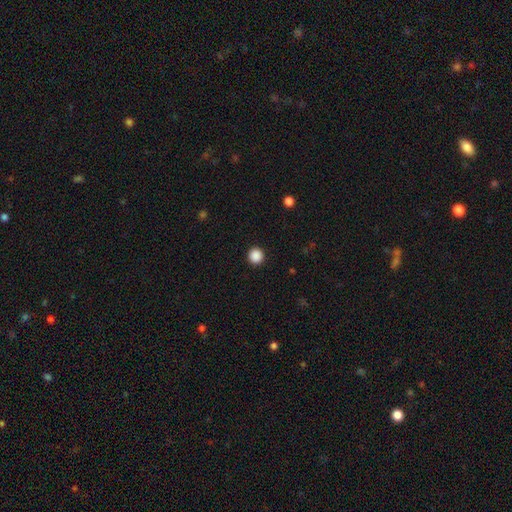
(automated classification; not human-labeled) This is clearly a smooth galaxy (88%). How rounded: clearly round (96%). Merging: clearly none (93%).